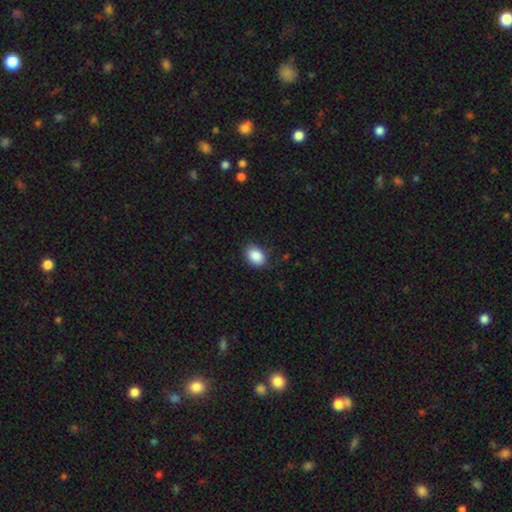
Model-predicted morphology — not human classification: Smooth or featured? Predicted: smooth (p=0.89). How rounded? Predicted: in between (p=0.77). Merging? Predicted: none (p=0.84).